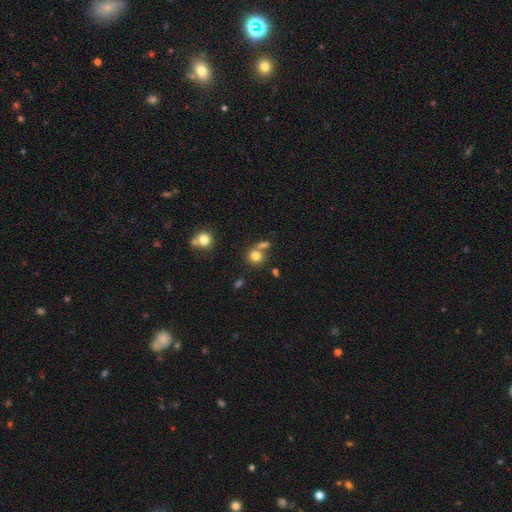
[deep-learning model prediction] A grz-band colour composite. It shows a smooth galaxy with no disk features (78%) that is round (84%). Merging: none (58%).